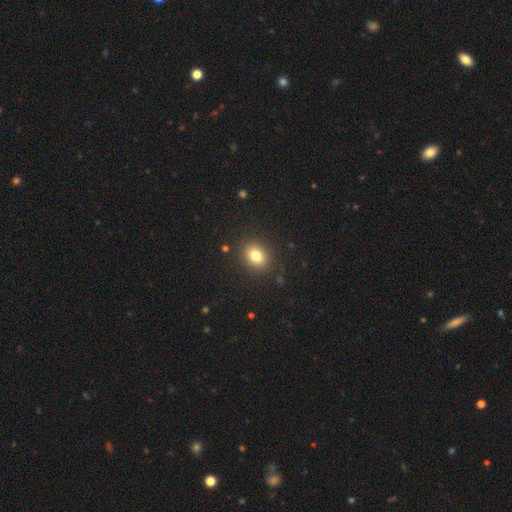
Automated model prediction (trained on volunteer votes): Smooth or featured? Predicted: smooth (p=0.81). How rounded? Predicted: round (p=0.57). Merging? Predicted: none (p=0.88).